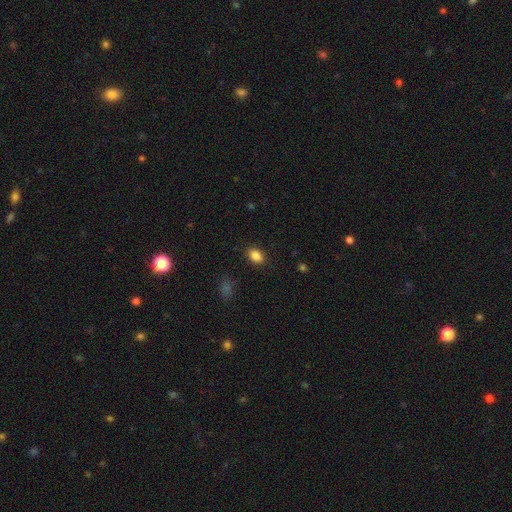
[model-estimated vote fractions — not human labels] smooth 86%, star or artifact 9%, featured or disk 5%. Down the decision tree: how rounded — in between (77%); merging — none (87%).